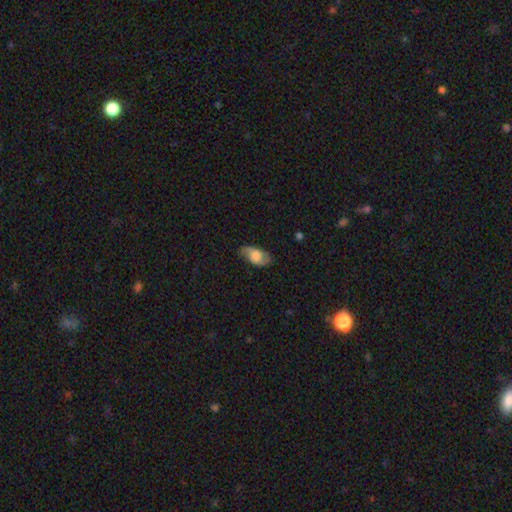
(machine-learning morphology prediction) smooth-or-featured: smooth: 57% | featured or disk: 36% | star or artifact: 7%
  how-rounded: in between: 90% | round: 5% | cigar-shaped: 5%
  merging: none: 73% | minor disturbance: 20% | major disturbance: 6% | merger: 1%